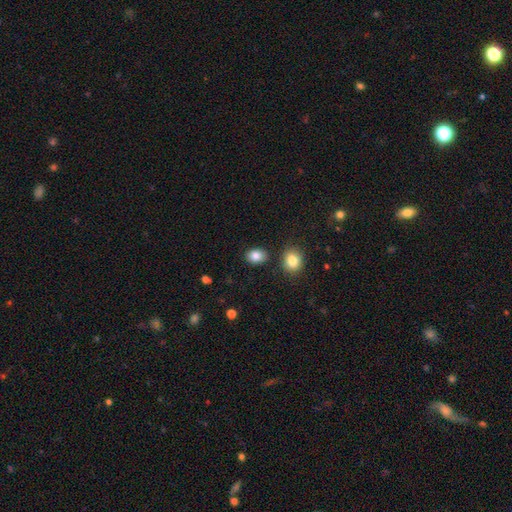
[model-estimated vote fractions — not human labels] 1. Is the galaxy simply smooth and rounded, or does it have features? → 86% smooth, 9% star or artifact, 6% featured or disk.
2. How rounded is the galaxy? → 65% in between, 33% round, 1% cigar-shaped.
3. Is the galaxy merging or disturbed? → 84% none, 9% minor disturbance, 5% merger, 2% major disturbance.